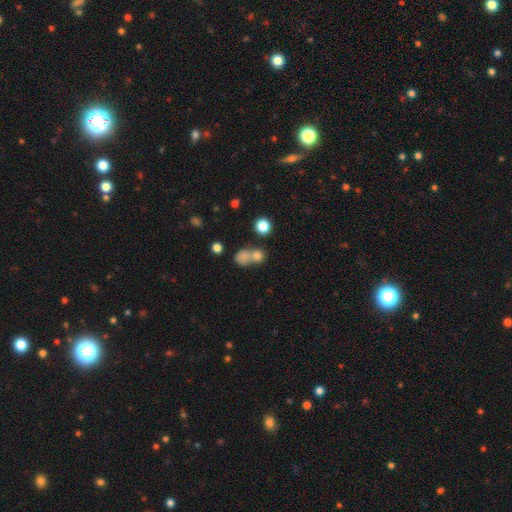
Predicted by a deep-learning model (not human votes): A smooth galaxy with no disk features (73%) that is round (69%). Merging: merger (48%).